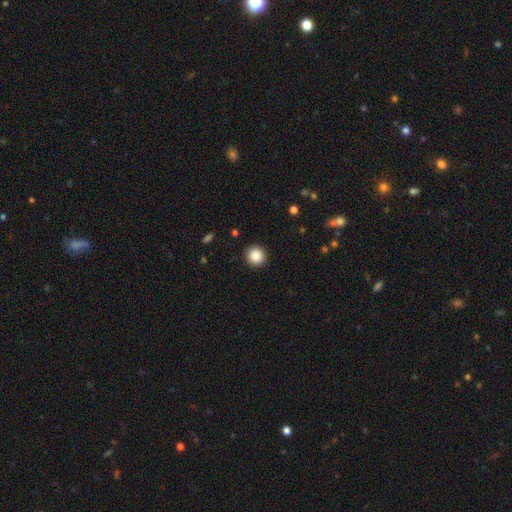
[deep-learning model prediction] This is clearly a smooth galaxy (86%). How rounded: clearly round (95%). Merging: clearly none (93%).